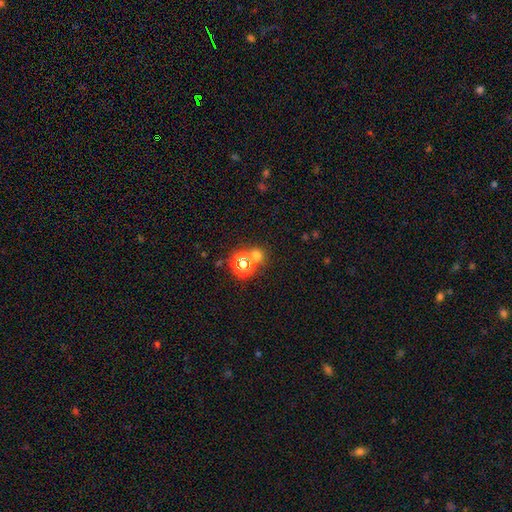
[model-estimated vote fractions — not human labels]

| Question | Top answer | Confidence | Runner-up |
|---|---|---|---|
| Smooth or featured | smooth | 62% | star or artifact (31%) |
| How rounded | round | 87% | in between (12%) |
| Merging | none | 65% | merger (25%) |